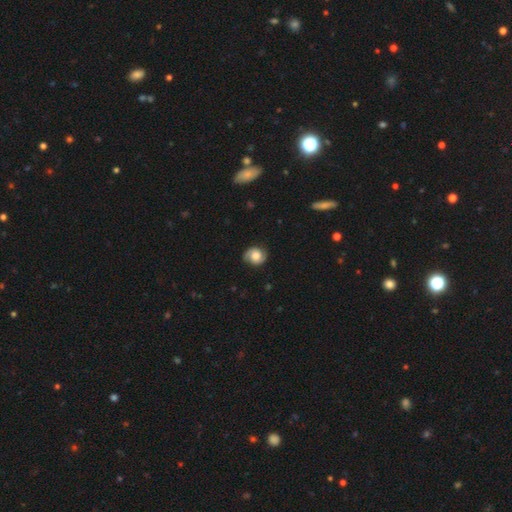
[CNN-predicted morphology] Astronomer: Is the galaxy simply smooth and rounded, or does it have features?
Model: featured or disk — 55% (runner-up: smooth, 36%).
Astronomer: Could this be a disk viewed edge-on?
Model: no — 97%.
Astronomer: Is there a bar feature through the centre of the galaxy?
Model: no — 66%.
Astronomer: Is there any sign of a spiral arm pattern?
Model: yes — 91%.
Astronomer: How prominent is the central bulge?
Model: large — 43% (runner-up: moderate, 34%).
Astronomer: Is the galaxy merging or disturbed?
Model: none — 82%.